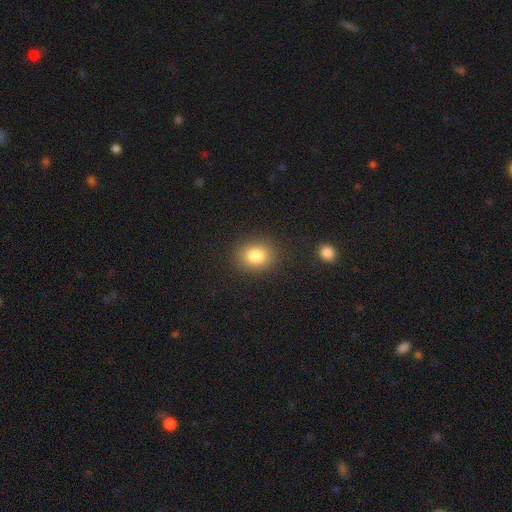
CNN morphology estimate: This appears to be a smooth galaxy with no disk features (82%) that is round (58%). Merging: none (87%).